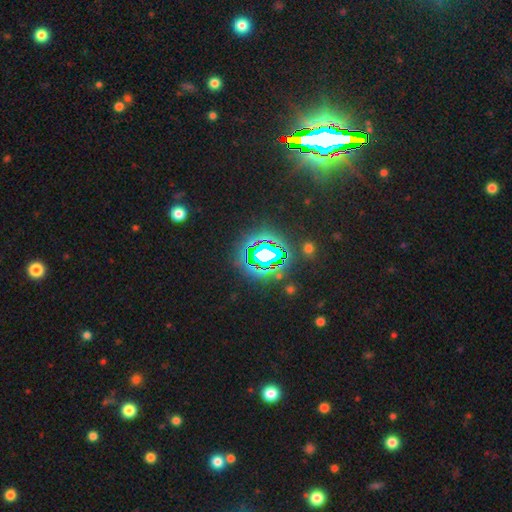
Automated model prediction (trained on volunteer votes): smooth_or_featured: star or artifact (p=0.84) [alt: smooth p=0.09]